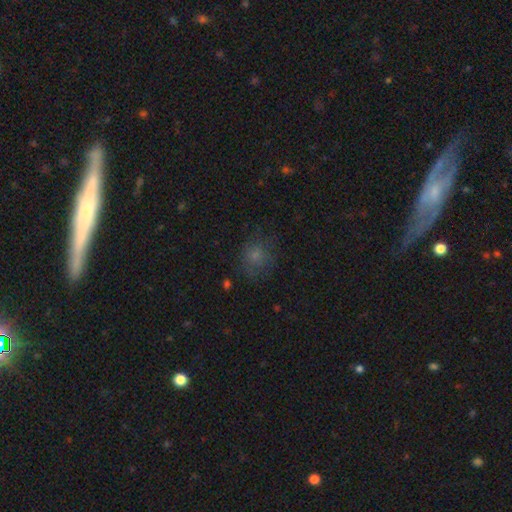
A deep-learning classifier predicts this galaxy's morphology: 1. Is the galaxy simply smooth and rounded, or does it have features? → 70% smooth, 18% star or artifact, 12% featured or disk.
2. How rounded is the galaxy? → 72% round, 27% in between, 1% cigar-shaped.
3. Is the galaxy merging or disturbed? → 68% none, 19% minor disturbance, 11% major disturbance, 2% merger.